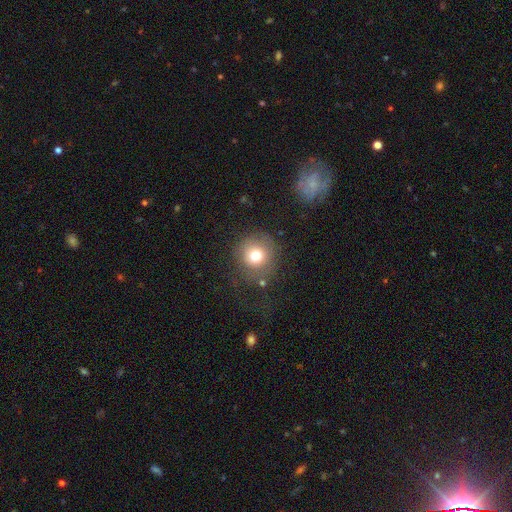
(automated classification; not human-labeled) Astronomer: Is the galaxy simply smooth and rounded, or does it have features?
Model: smooth — 75%.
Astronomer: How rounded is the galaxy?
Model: round — 90%.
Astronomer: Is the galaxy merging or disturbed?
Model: none — 71%.